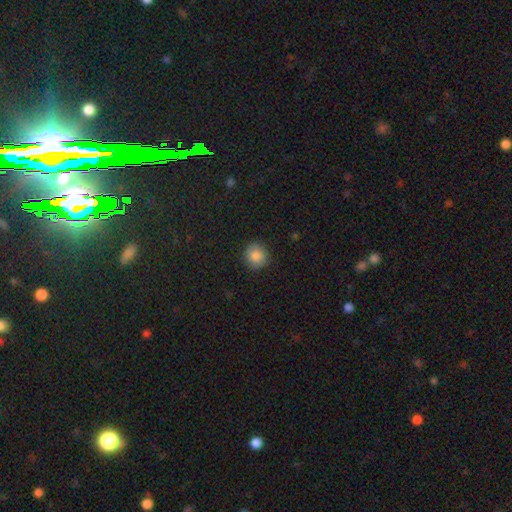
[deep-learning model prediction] smooth-or-featured: smooth: 85% | star or artifact: 9% | featured or disk: 6%
  how-rounded: round: 90% | in between: 9% | cigar-shaped: 1%
  merging: none: 89% | minor disturbance: 8% | major disturbance: 2% | merger: 1%